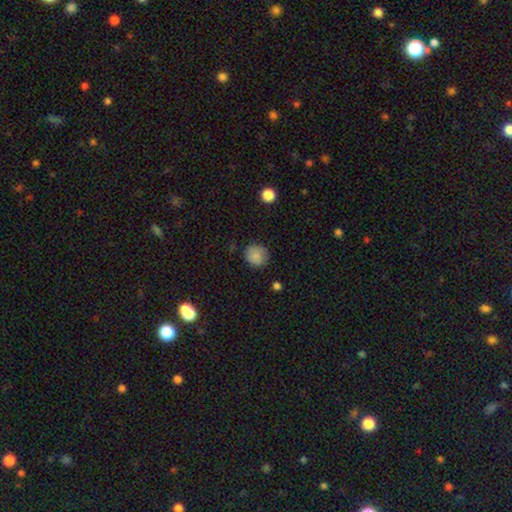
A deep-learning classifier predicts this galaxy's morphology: smooth 83%, star or artifact 10%, featured or disk 7%. Down the decision tree: how rounded — round (87%); merging — none (80%).